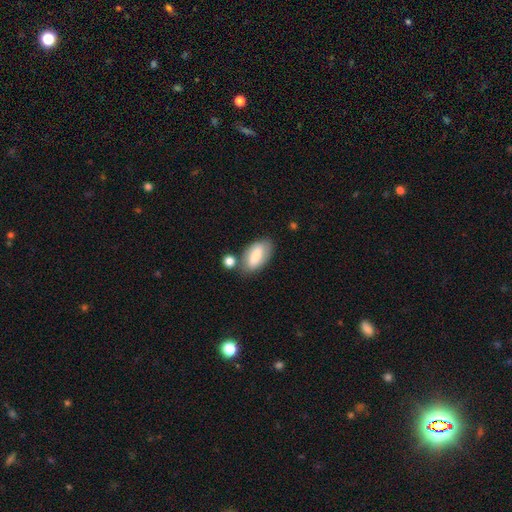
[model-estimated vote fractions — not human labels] Overall: smooth (76%). How rounded: in between (92%). Merging: none (63%).